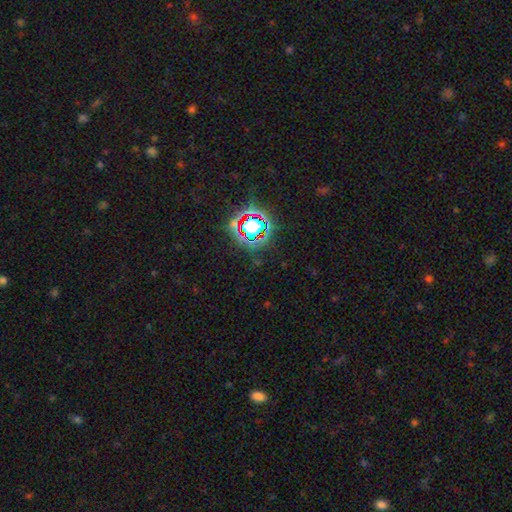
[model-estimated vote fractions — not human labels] Morphology: type=star or artifact (77%).